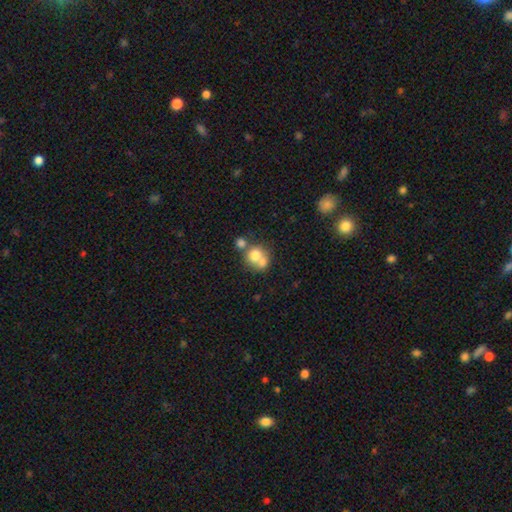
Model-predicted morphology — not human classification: This is likely a smooth galaxy (70%). How rounded: likely round (78%). Merging: possibly merger (56%).